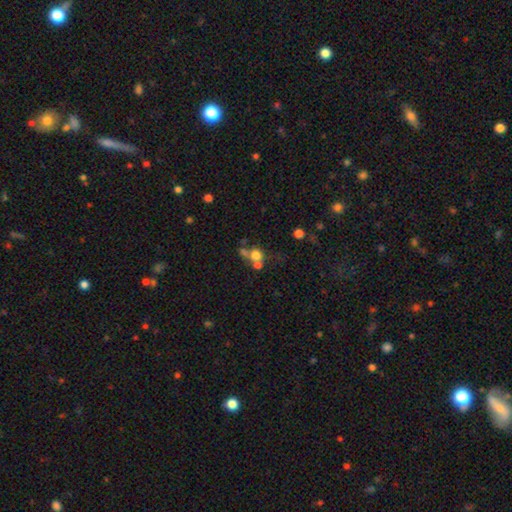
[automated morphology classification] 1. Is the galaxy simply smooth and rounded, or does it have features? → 68% smooth, 16% star or artifact, 15% featured or disk.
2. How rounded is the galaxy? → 87% round, 12% in between, 1% cigar-shaped.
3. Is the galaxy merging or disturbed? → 43% merger (tied), 43% none (tied), 8% minor disturbance, 6% major disturbance.